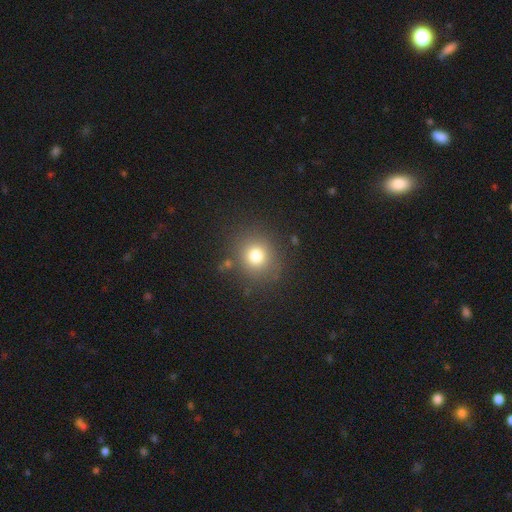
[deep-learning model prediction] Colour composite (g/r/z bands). It shows a smooth galaxy with no disk features (78%) that is round (87%). Merging: none (84%).